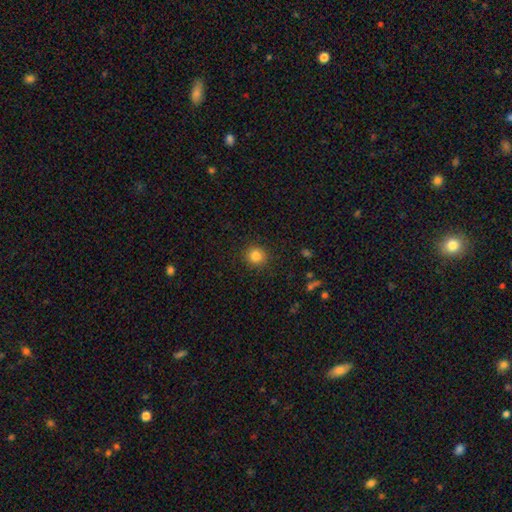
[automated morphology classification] smooth 84%, star or artifact 11%, featured or disk 5%. Down the decision tree: how rounded — round (91%); merging — none (90%).